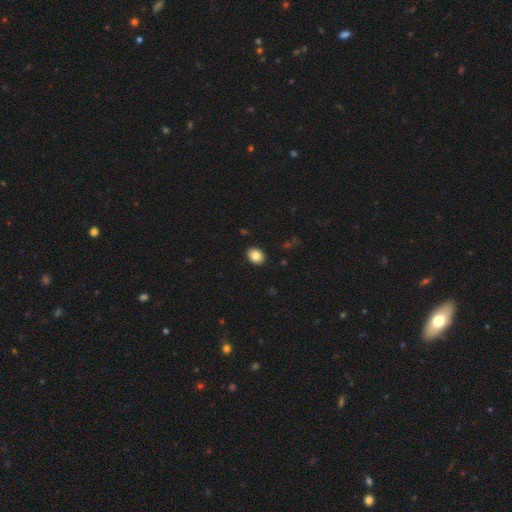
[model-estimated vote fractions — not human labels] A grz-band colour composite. It shows a smooth galaxy with no disk features (85%) that is in between round and cigar-shaped (52%). Merging: none (91%).